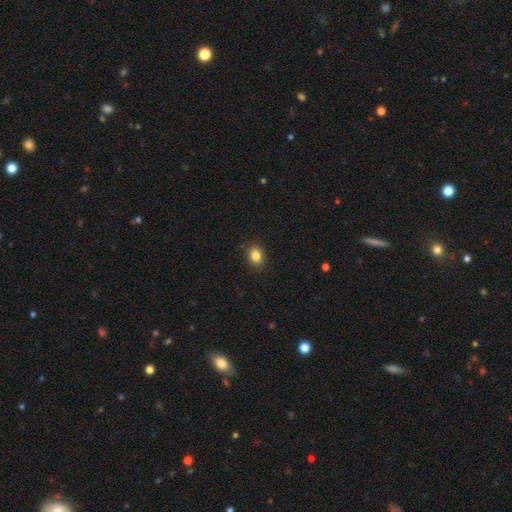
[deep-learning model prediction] smooth 85%, star or artifact 10%, featured or disk 5%. Down the decision tree: how rounded — in between (66%); merging — none (88%).